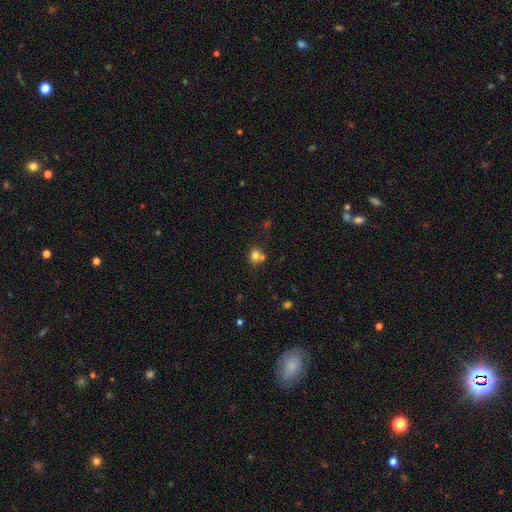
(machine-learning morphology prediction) smooth_or_featured: smooth (p=0.77) [alt: star or artifact p=0.12]
how_rounded: round (p=0.80) [alt: in between p=0.20]
merging: none (p=0.56) [alt: merger p=0.29]